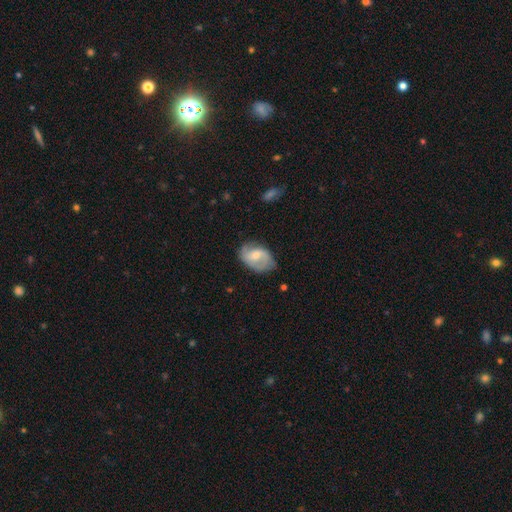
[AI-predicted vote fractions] Q: Smooth or featured?
A: featured or disk (62%); runner-up: smooth (32%)
Q: Edge-on disk?
A: no (97%); runner-up: yes (3%)
Q: Bar?
A: weak (46%); runner-up: no (43%)
Q: Spiral arms?
A: yes (84%); runner-up: no (16%)
Q: Spiral winding?
A: medium (43%); runner-up: loose (36%)
Q: Spiral arm count?
A: 2 (78%); runner-up: can't tell (12%)
Q: Bulge size?
A: moderate (49%); runner-up: small (45%)
Q: Merging?
A: none (64%); runner-up: minor disturbance (26%)